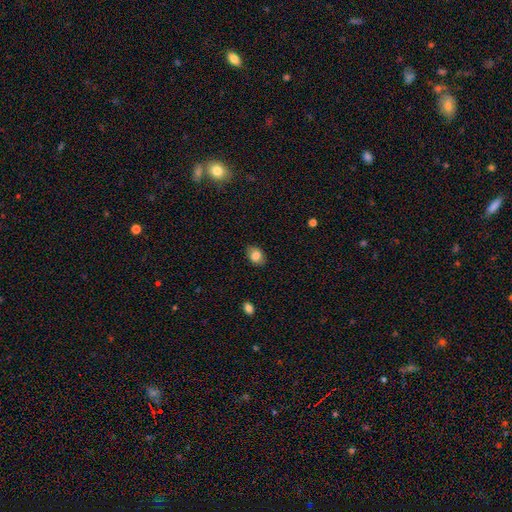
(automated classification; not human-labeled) This is clearly a smooth galaxy (81%). How rounded: likely in between (72%). Merging: clearly none (84%).